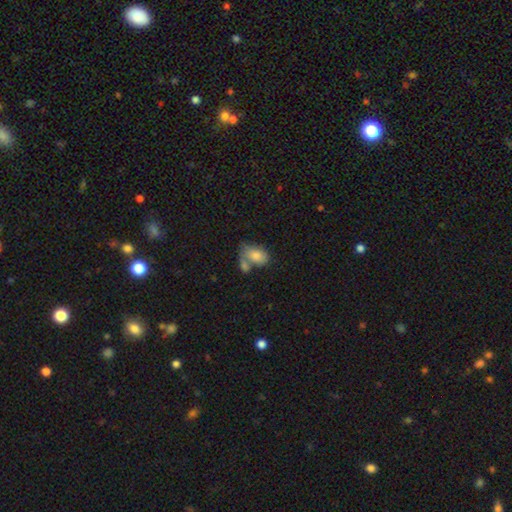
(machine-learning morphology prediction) Q: Smooth or featured?
A: smooth (79%); runner-up: featured or disk (14%)
Q: How rounded?
A: in between (86%); runner-up: round (13%)
Q: Merging?
A: merger (44%); runner-up: none (31%)